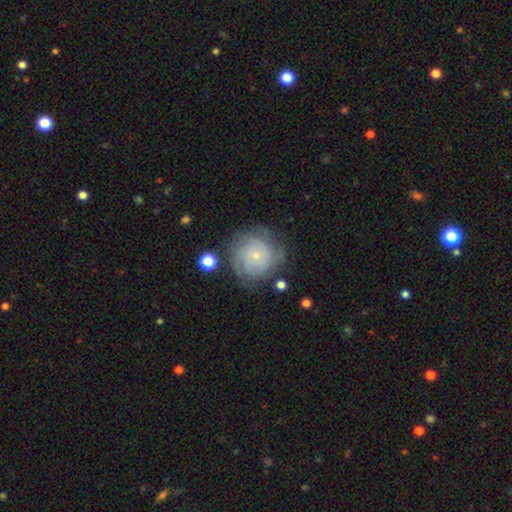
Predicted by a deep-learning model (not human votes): Q: Smooth or featured?
A: featured or disk (54%); runner-up: smooth (37%)
Q: Edge-on disk?
A: no (98%); runner-up: yes (2%)
Q: Bar?
A: no (85%); runner-up: weak (12%)
Q: Spiral arms?
A: yes (76%); runner-up: no (24%)
Q: Bulge size?
A: small (82%); runner-up: moderate (13%)
Q: Merging?
A: none (68%); runner-up: minor disturbance (19%)